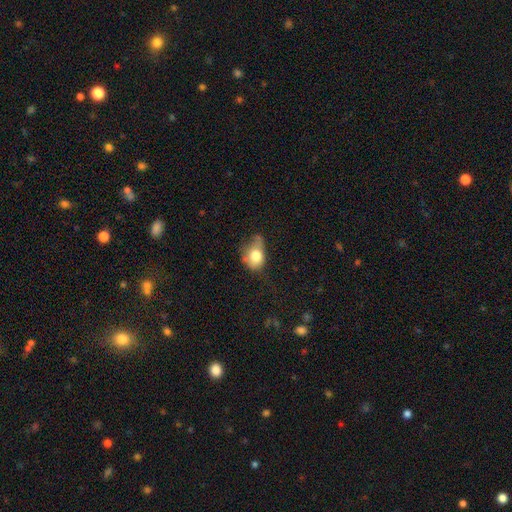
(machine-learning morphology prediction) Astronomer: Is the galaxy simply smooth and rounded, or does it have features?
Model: smooth — 75%.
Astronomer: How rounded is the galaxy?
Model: in between — 65%.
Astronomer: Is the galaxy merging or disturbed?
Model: minor disturbance — 40% (runner-up: none, 31%).